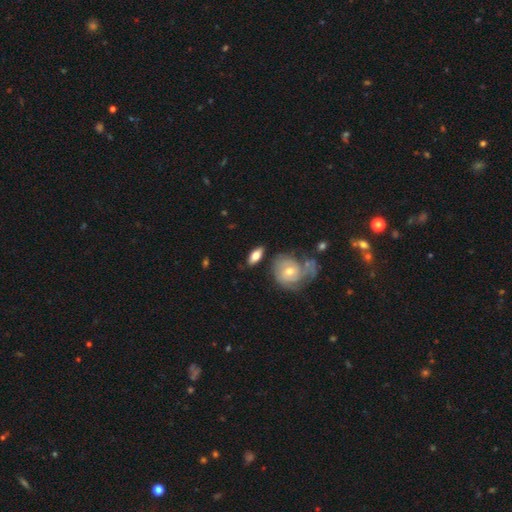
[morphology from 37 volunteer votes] Q: Smooth or featured?
A: smooth (68%); runner-up: featured or disk (24%)
Q: How rounded?
A: in between (64%); runner-up: cigar-shaped (28%)
Q: Merging?
A: none (68%); runner-up: minor disturbance (15%)